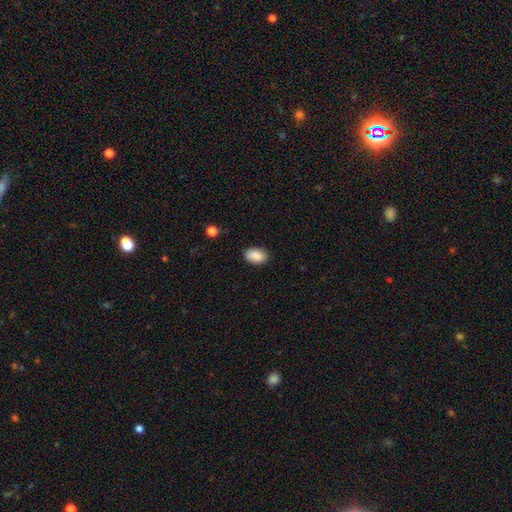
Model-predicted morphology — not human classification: Smooth or featured: smooth — 88% (star or artifact — 7%)
How rounded: in between — 89% (round — 9%)
Merging: none — 86% (minor disturbance — 10%)